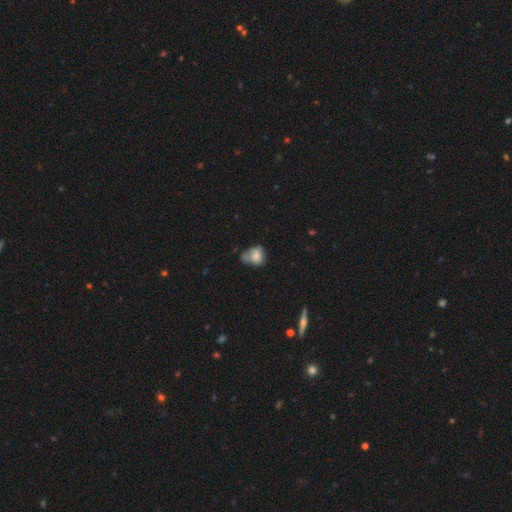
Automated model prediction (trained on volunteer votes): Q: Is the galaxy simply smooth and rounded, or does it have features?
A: smooth — 72%.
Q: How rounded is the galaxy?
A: round — 51%.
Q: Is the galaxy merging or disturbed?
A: none — 35%.